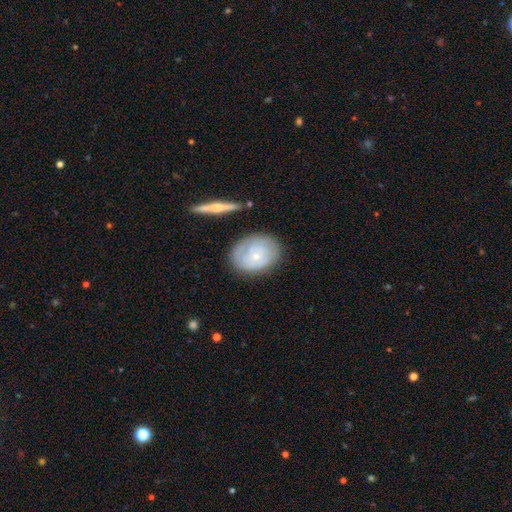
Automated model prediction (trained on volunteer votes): The model was most divided on "smooth or featured": featured or disk: 48%, smooth: 45%, star or artifact: 6%. More confident: merging — none (69%).